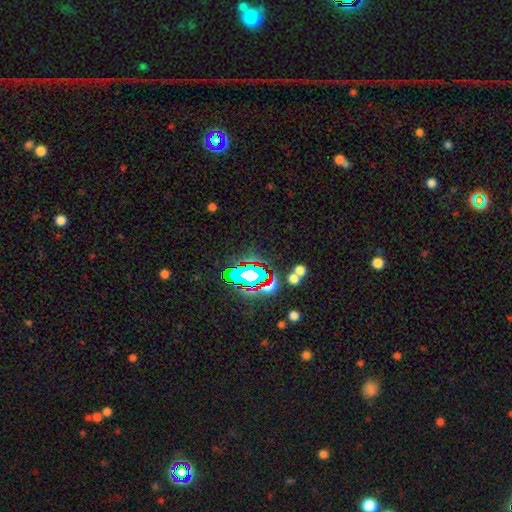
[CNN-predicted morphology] smooth_or_featured: star or artifact (p=0.77) [alt: smooth p=0.13]